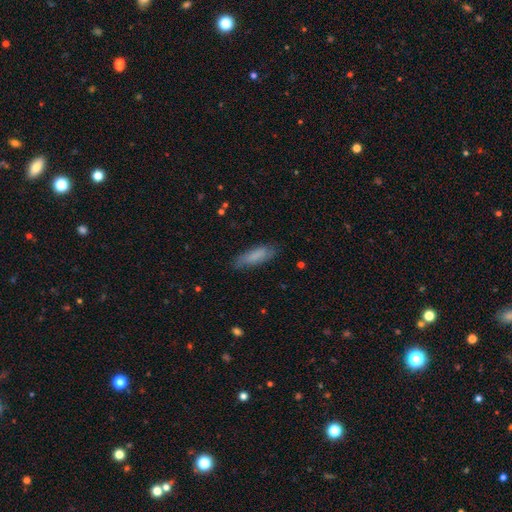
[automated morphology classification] smooth-or-featured: smooth: 79% | featured or disk: 15% | star or artifact: 6%
  how-rounded: cigar-shaped: 56% | in between: 43% | round: 1%
  merging: none: 78% | minor disturbance: 17% | major disturbance: 4% | merger: 1%